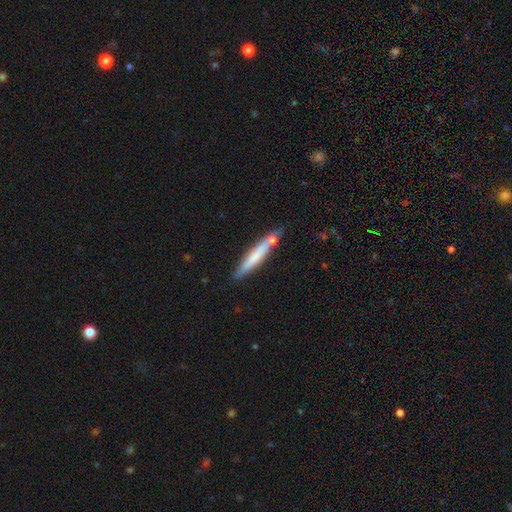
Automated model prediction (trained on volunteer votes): Smooth or featured?
  - smooth: 60% *
  - featured or disk: 35%
  - star or artifact: 6%
How rounded?
  - cigar-shaped: 94% *
  - in between: 5%
  - round: 1%
Merging?
  - none: 70% *
  - minor disturbance: 15%
  - merger: 12%
  - major disturbance: 3%